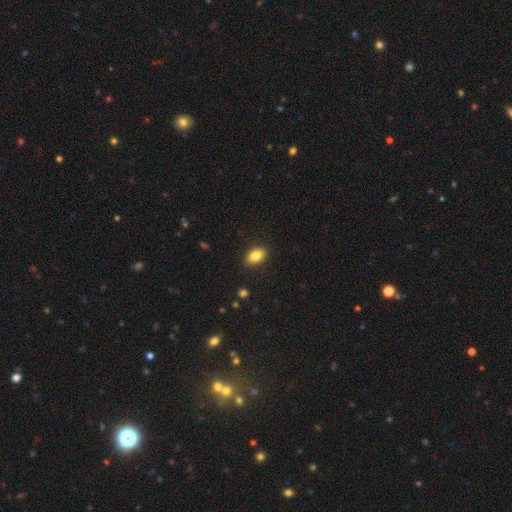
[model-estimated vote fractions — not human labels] A smooth galaxy with no disk features (85%) that is in between round and cigar-shaped (88%). Merging: none (88%).